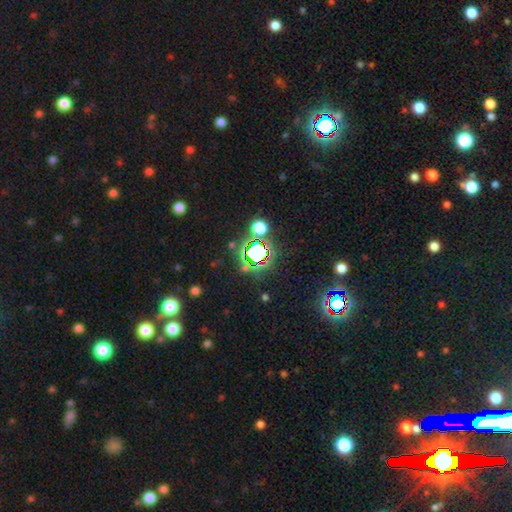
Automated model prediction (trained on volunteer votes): A star or artifact, not a galaxy (69%).

Vote fractions:
- Smooth or featured? star or artifact: 69% / smooth: 21% / featured or disk: 9%